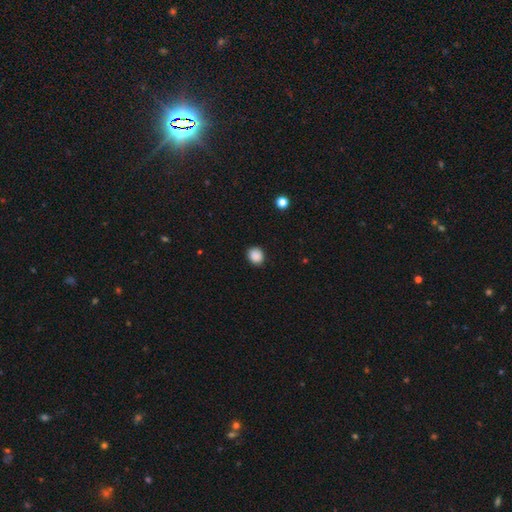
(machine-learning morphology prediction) Smooth or featured: smooth — 88% (star or artifact — 10%)
How rounded: round — 70% (in between — 29%)
Merging: none — 88% (minor disturbance — 9%)